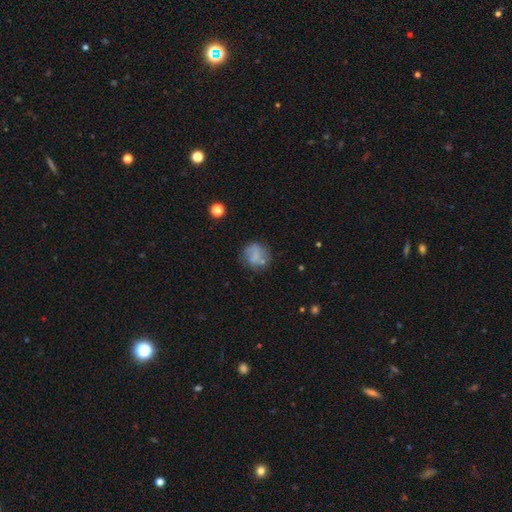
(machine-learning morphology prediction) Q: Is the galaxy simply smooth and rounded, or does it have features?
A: smooth — 61%.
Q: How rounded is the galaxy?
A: round — 80%.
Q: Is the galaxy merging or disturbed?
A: none — 63%.